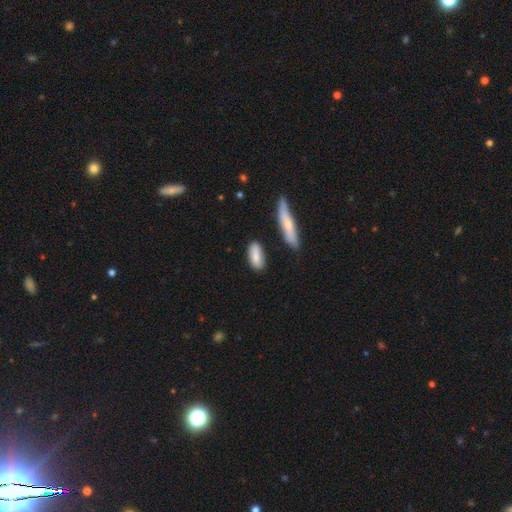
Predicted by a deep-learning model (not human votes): Smooth or featured: smooth — 79% (featured or disk — 15%)
How rounded: in between — 78% (cigar-shaped — 19%)
Merging: none — 77% (minor disturbance — 15%)